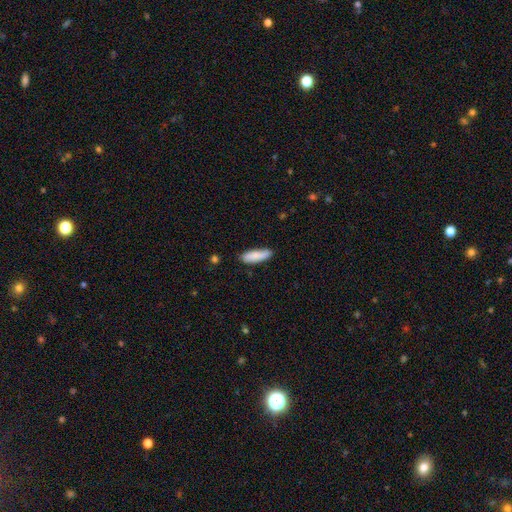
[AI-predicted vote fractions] Smooth or featured? smooth (85%)
How rounded? cigar-shaped (49%, tied with in between)
Merging? none (77%)